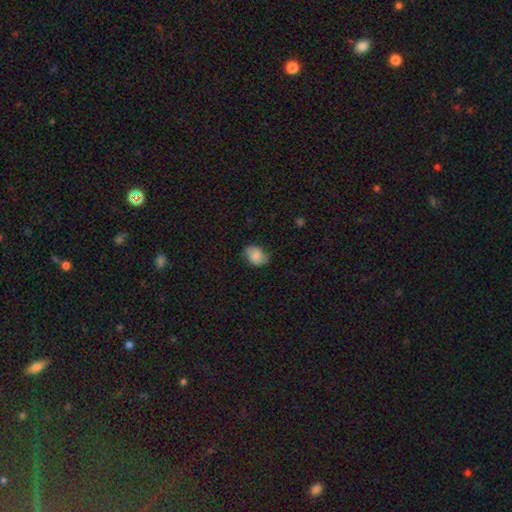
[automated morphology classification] Q: Smooth or featured?
A: smooth (73%); runner-up: featured or disk (19%)
Q: How rounded?
A: in between (72%); runner-up: round (27%)
Q: Merging?
A: none (70%); runner-up: minor disturbance (23%)